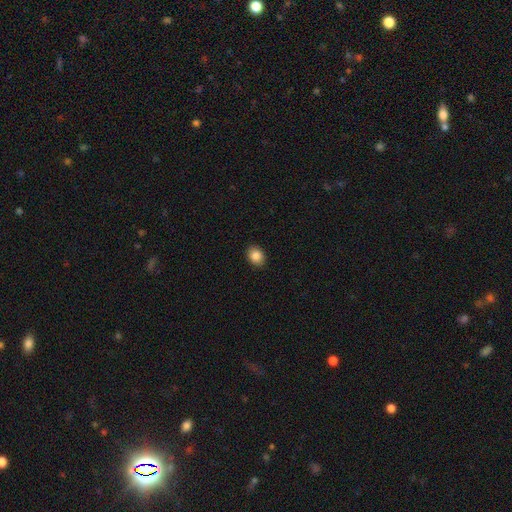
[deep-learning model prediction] A smooth galaxy with no disk features (87%) that is in between round and cigar-shaped (57%).

Vote fractions:
- Smooth or featured? smooth: 87% / star or artifact: 8% / featured or disk: 5%
- How rounded? in between: 57% / round: 42% / cigar-shaped: 1%
- Merging? none: 89% / minor disturbance: 8% / major disturbance: 2% / merger: 1%